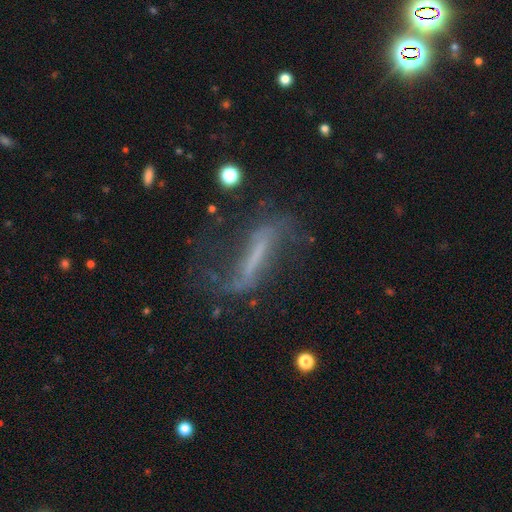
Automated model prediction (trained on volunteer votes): A featured or disk galaxy (64%). Merging: none (49%).